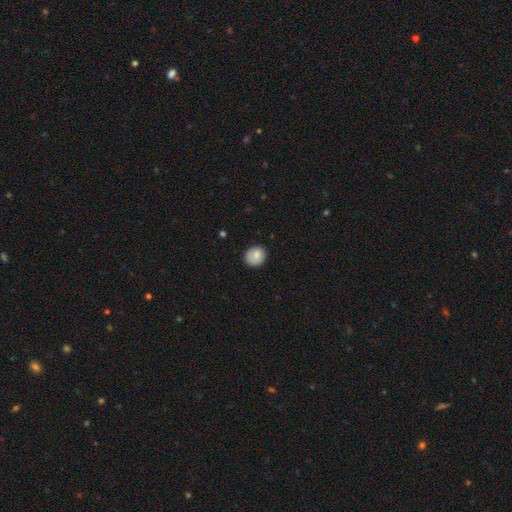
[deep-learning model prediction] Smooth or featured? Predicted: smooth (p=0.84). How rounded? Predicted: round (p=0.80). Merging? Predicted: none (p=0.85).